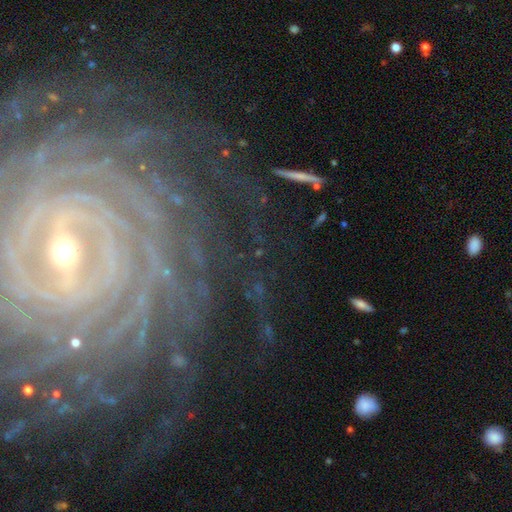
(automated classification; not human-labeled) Smooth or featured? Predicted: featured or disk (p=0.88). Edge-on disk? Predicted: no (p=0.97). Bar? Predicted: strong (p=0.42). Spiral arms? Predicted: yes (p=0.97). Spiral winding? Predicted: tight (p=0.86). Spiral arm count? Predicted: more than 4 (p=0.40). Bulge size? Predicted: small (p=0.69). Merging? Predicted: none (p=0.79).